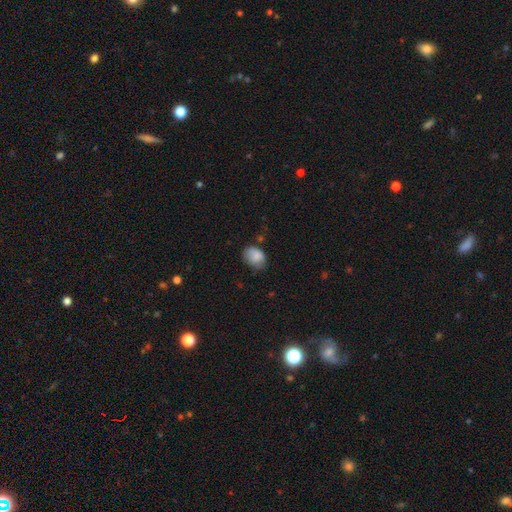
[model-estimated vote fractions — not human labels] smooth_or_featured: smooth (p=0.84) [alt: star or artifact p=0.08]
how_rounded: in between (p=0.72) [alt: round p=0.27]
merging: none (p=0.59) [alt: minor disturbance p=0.31]